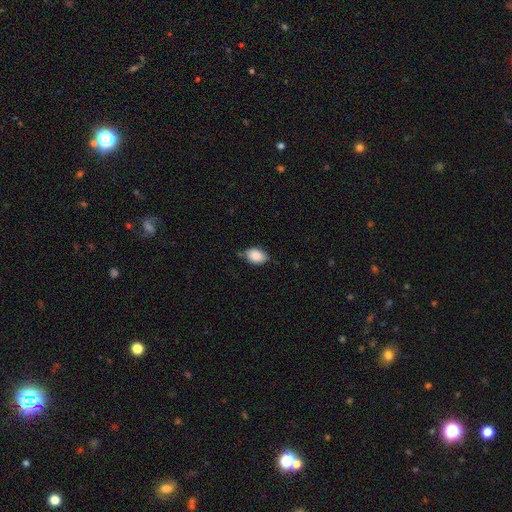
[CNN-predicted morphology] Smooth or featured? smooth (88%)
How rounded? in between (86%)
Merging? none (66%)